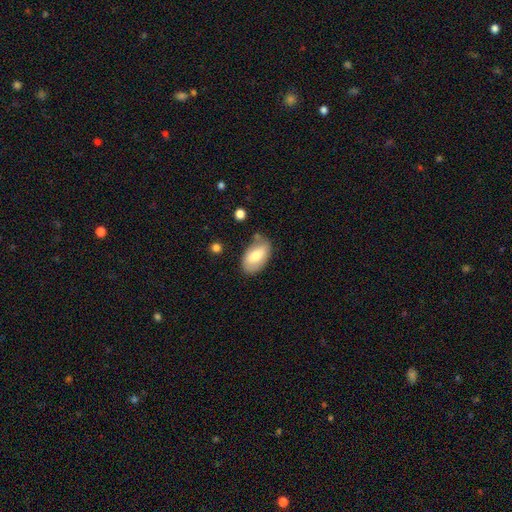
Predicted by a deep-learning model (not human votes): A smooth galaxy with no disk features (71%) that is in between round and cigar-shaped (93%). Merging: none (66%).